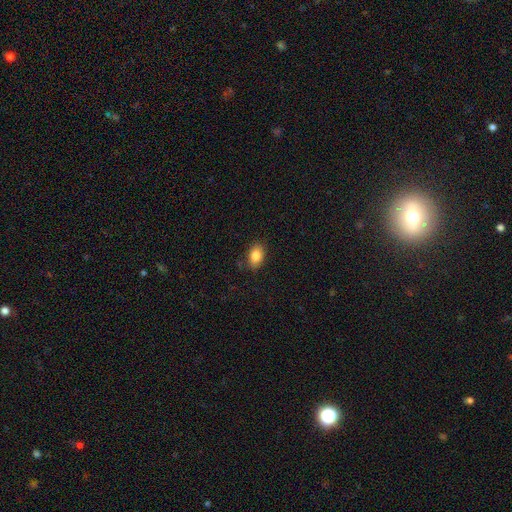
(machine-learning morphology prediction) This is clearly a smooth galaxy (85%). How rounded: clearly in between (87%). Merging: clearly none (85%).